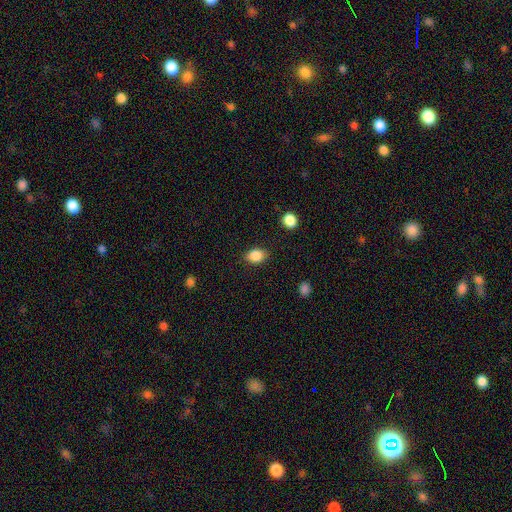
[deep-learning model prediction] smooth 87%, star or artifact 9%, featured or disk 4%. Down the decision tree: how rounded — in between (73%); merging — none (84%).